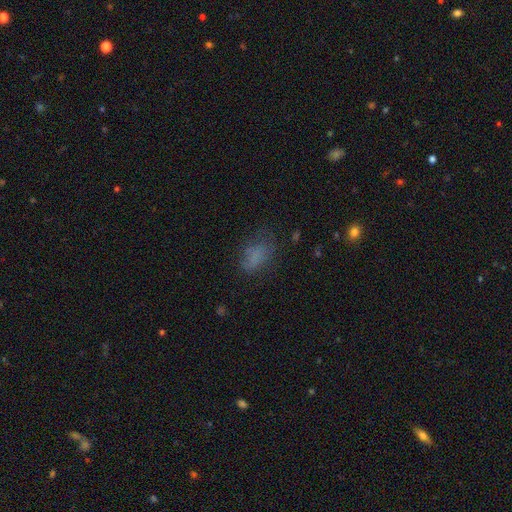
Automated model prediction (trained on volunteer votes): smooth 68%, star or artifact 16%, featured or disk 16%. Down the decision tree: how rounded — in between (84%); merging — none (55%).